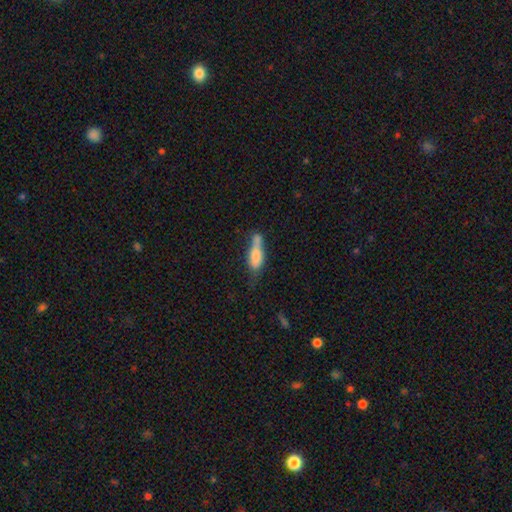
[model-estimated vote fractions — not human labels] smooth_or_featured: smooth (p=0.67) [alt: featured or disk p=0.25]
how_rounded: in between (p=0.51) [alt: cigar-shaped p=0.46]
merging: none (p=0.34) [alt: minor disturbance p=0.27]